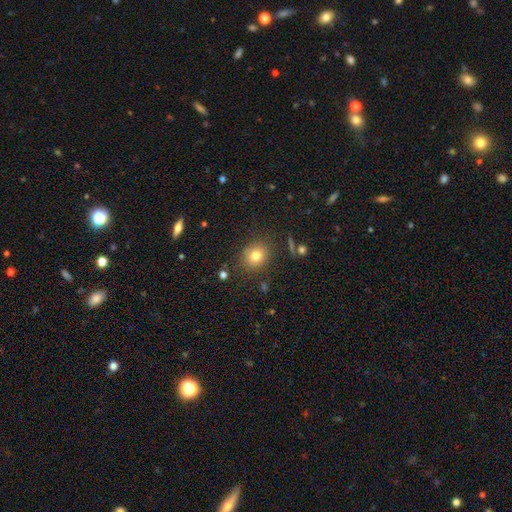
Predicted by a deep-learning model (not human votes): The model was most divided on "how rounded": round: 75%, in between: 24%, cigar-shaped: 1%. More confident: merging — none (84%); smooth or featured — smooth (77%).